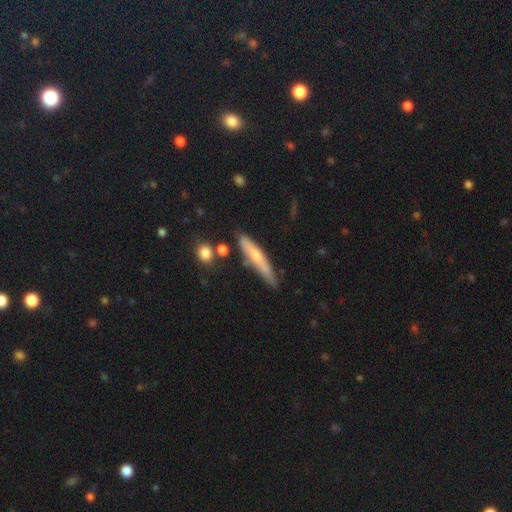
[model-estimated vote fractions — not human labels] Smooth or featured: smooth — 52% (featured or disk — 41%)
How rounded: cigar-shaped — 90% (in between — 8%)
Merging: none — 71% (minor disturbance — 19%)